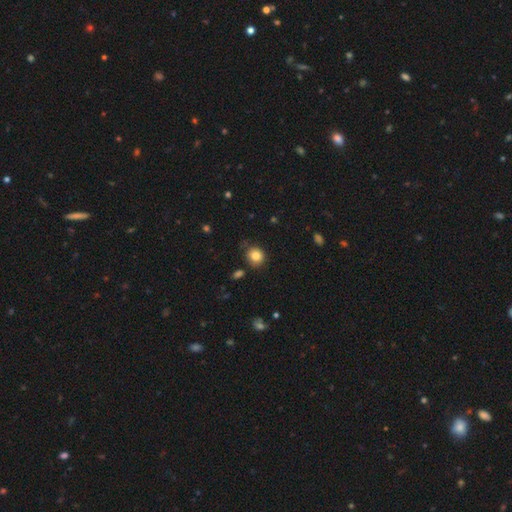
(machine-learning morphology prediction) Smooth or featured? Predicted: smooth (p=0.83). How rounded? Predicted: round (p=0.82). Merging? Predicted: none (p=0.79).